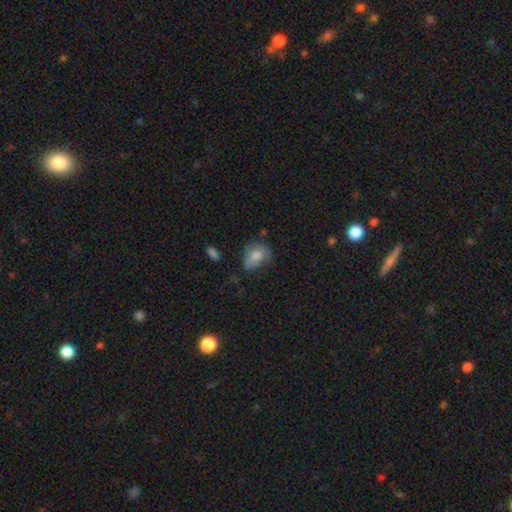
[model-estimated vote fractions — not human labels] This appears to be a smooth galaxy with no disk features (66%) that is in between round and cigar-shaped (71%). Merging: none (50%).